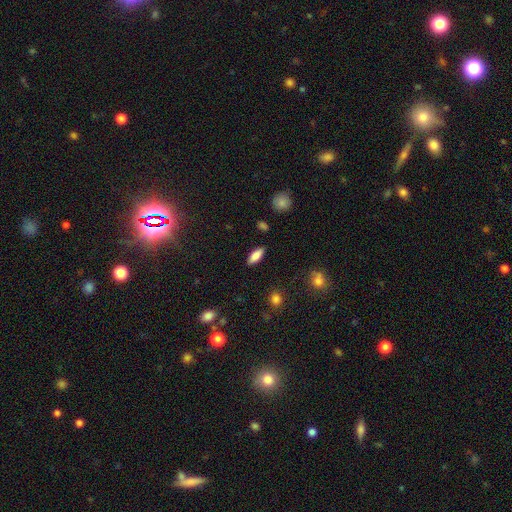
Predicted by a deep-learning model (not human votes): smooth-or-featured: smooth: 80% | featured or disk: 13% | star or artifact: 7%
  how-rounded: in between: 72% | cigar-shaped: 26% | round: 2%
  merging: none: 87% | minor disturbance: 9% | major disturbance: 2% | merger: 1%